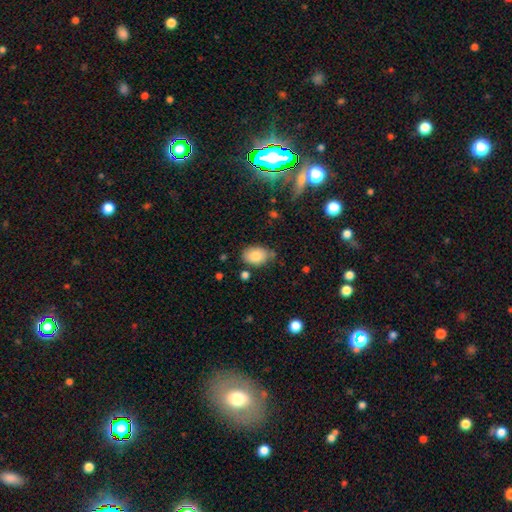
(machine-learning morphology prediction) The model was most divided on "merging": none: 70%, minor disturbance: 21%, merger: 5%, major disturbance: 4%. More confident: how rounded — in between (83%); smooth or featured — smooth (82%).